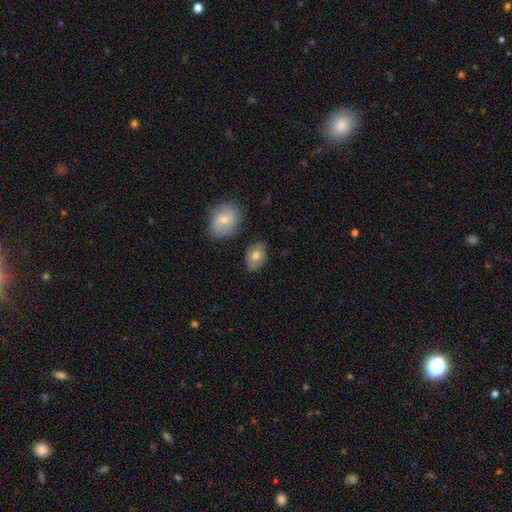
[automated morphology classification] Q: Smooth or featured?
A: smooth (67%); runner-up: featured or disk (26%)
Q: How rounded?
A: in between (82%); runner-up: round (17%)
Q: Merging?
A: none (74%); runner-up: minor disturbance (17%)